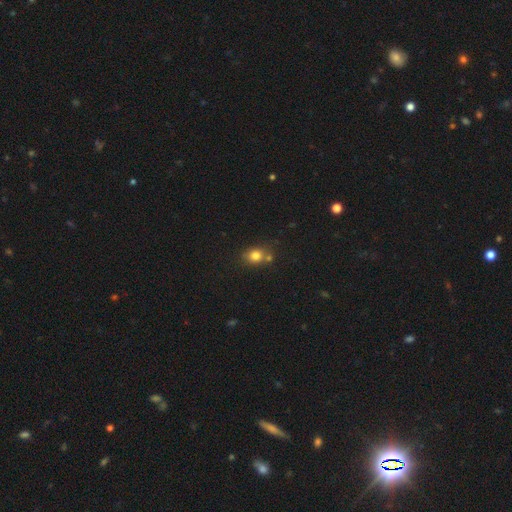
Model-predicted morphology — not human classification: A smooth galaxy with no disk features (80%) that is round (61%). Merging: none (63%).